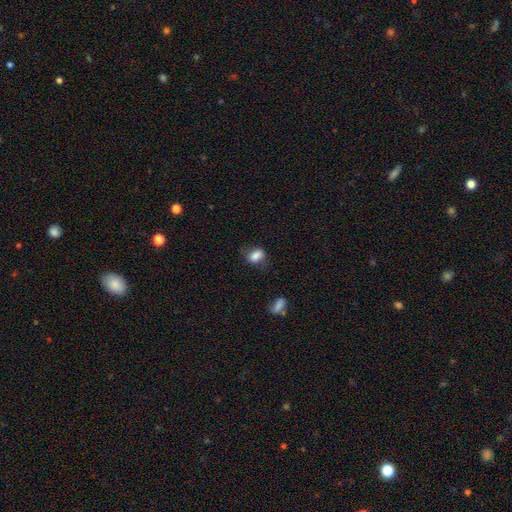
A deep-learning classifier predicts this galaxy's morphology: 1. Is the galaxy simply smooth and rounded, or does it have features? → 82% smooth, 9% star or artifact, 9% featured or disk.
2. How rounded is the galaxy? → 79% in between, 18% round, 3% cigar-shaped.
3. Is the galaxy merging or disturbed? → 60% none, 27% minor disturbance, 10% major disturbance, 3% merger.